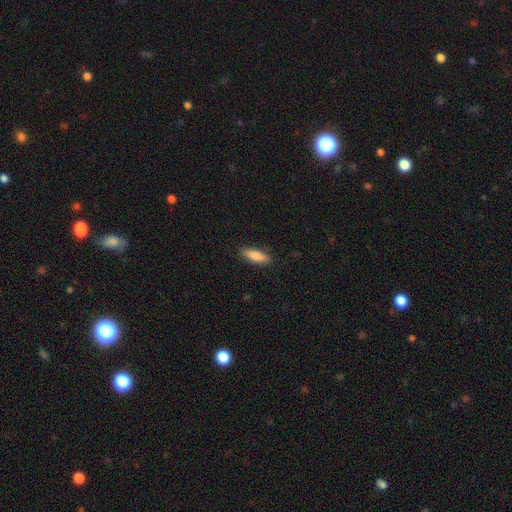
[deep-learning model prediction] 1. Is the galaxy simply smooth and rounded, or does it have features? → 85% smooth, 9% featured or disk, 6% star or artifact.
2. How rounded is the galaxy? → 58% in between, 40% cigar-shaped, 2% round.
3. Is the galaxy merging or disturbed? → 87% none, 10% minor disturbance, 2% major disturbance, 1% merger.